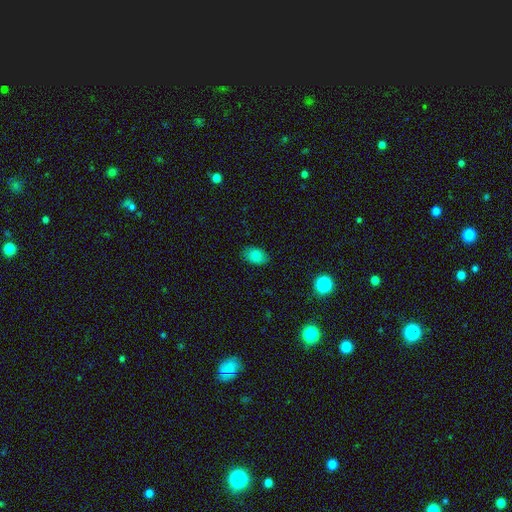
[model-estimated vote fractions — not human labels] smooth 83%, star or artifact 10%, featured or disk 7%. Down the decision tree: how rounded — in between (86%); merging — none (85%).